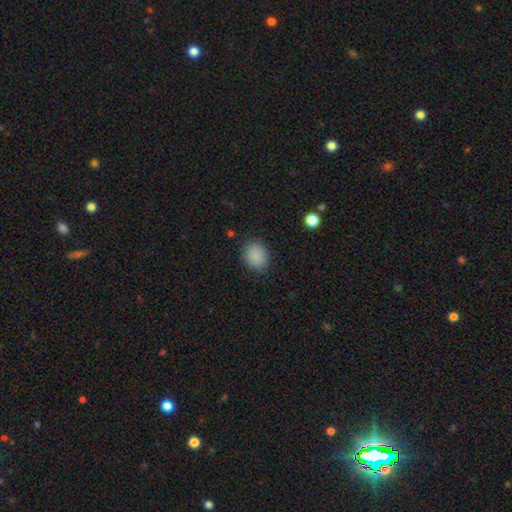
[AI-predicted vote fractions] A smooth galaxy with no disk features (87%) that is round (55%).

Vote fractions:
- Smooth or featured? smooth: 87% / star or artifact: 9% / featured or disk: 5%
- How rounded? round: 55% / in between: 44% / cigar-shaped: 1%
- Merging? none: 86% / minor disturbance: 10% / major disturbance: 3% / merger: 1%